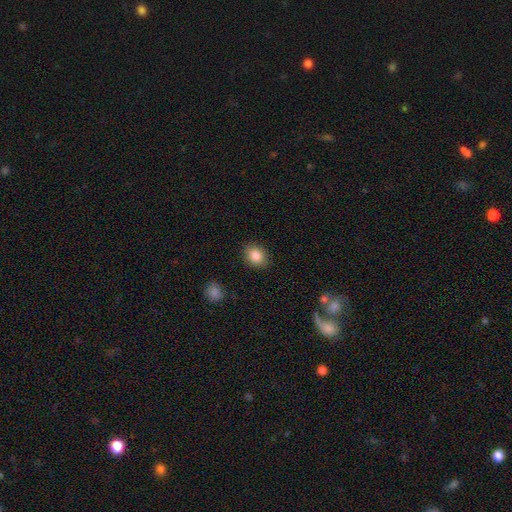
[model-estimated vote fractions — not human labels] Smooth or featured? smooth (85%)
How rounded? in between (55%)
Merging? none (87%)